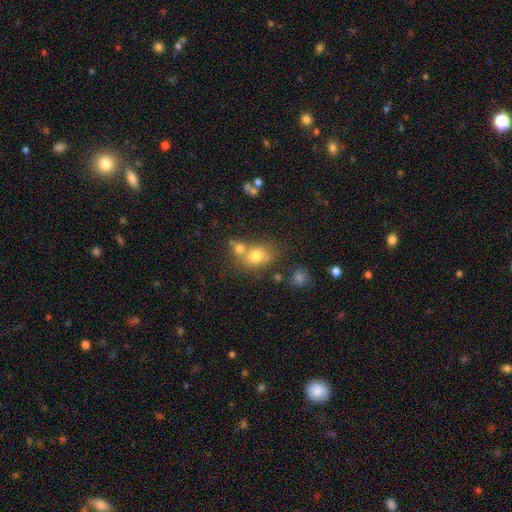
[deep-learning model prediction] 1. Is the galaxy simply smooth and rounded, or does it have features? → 73% smooth, 14% star or artifact, 13% featured or disk.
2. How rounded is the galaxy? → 61% round, 38% in between, 1% cigar-shaped.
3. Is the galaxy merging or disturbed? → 45% none, 40% merger, 11% minor disturbance, 5% major disturbance.